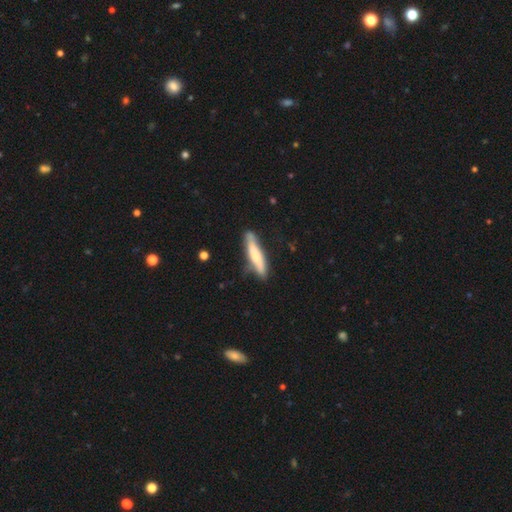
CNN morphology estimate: Smooth or featured? smooth (57%)
How rounded? cigar-shaped (88%)
Merging? none (72%)